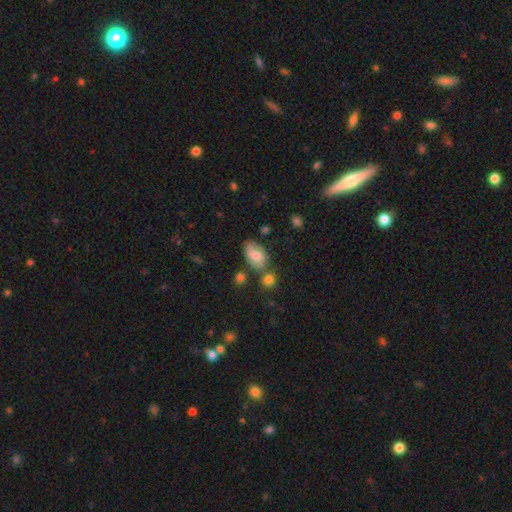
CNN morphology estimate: A smooth galaxy with no disk features (63%) that is in between round and cigar-shaped (87%).

Vote fractions:
- Smooth or featured? smooth: 63% / featured or disk: 28% / star or artifact: 9%
- How rounded? in between: 87% / round: 12% / cigar-shaped: 2%
- Merging? none: 56% / minor disturbance: 25% / merger: 13% / major disturbance: 7%